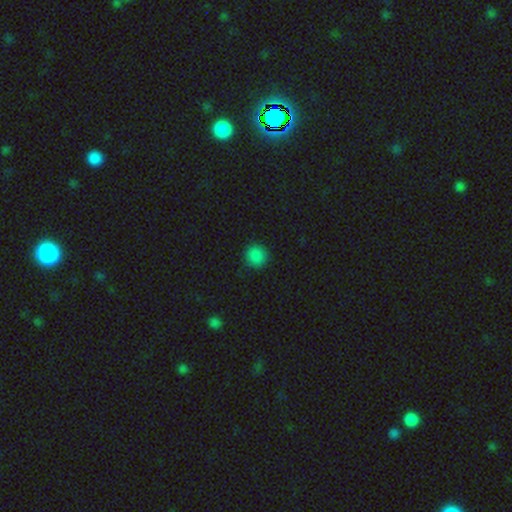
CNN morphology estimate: Overall: smooth (85%). How rounded: round (91%). Merging: none (90%).